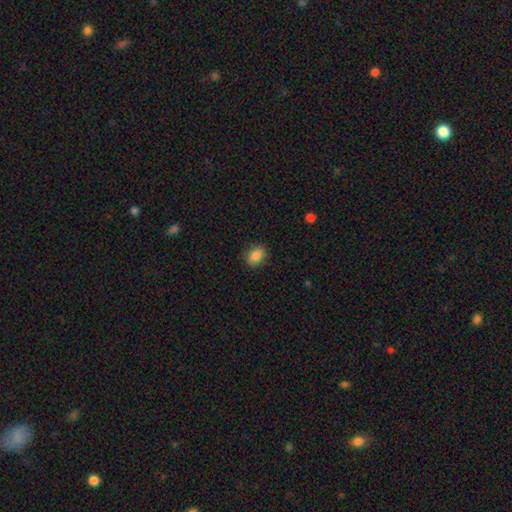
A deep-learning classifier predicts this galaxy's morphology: A smooth galaxy with no disk features (87%) that is in between round and cigar-shaped (64%).

Vote fractions:
- Smooth or featured? smooth: 87% / star or artifact: 9% / featured or disk: 4%
- How rounded? in between: 64% / round: 35% / cigar-shaped: 1%
- Merging? none: 86% / minor disturbance: 10% / major disturbance: 3% / merger: 1%